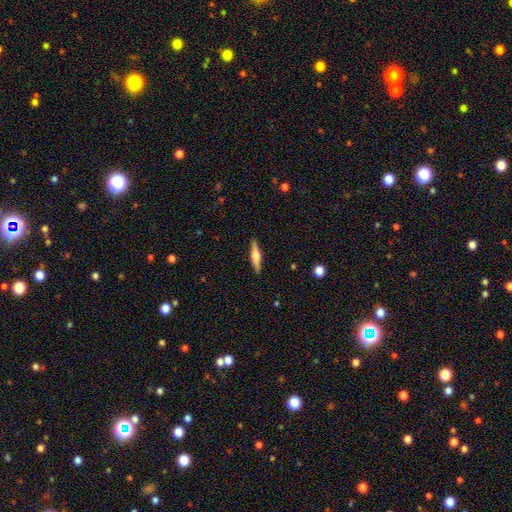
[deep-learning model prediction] Overall: featured or disk (50%; smooth 44%). Merging: none (89%).